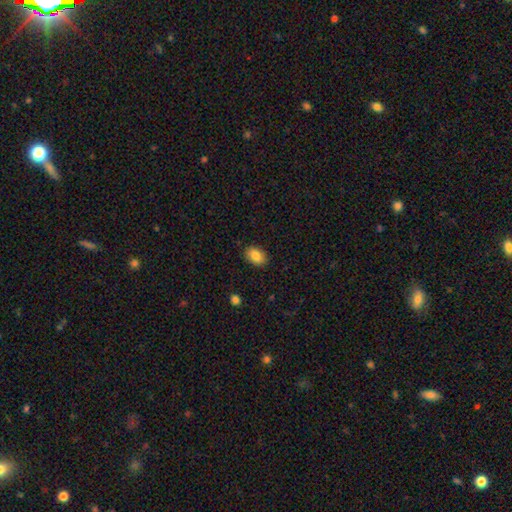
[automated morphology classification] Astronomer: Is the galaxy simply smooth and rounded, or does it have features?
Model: smooth — 85%.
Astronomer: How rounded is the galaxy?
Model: in between — 85%.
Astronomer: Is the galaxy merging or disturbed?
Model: none — 87%.